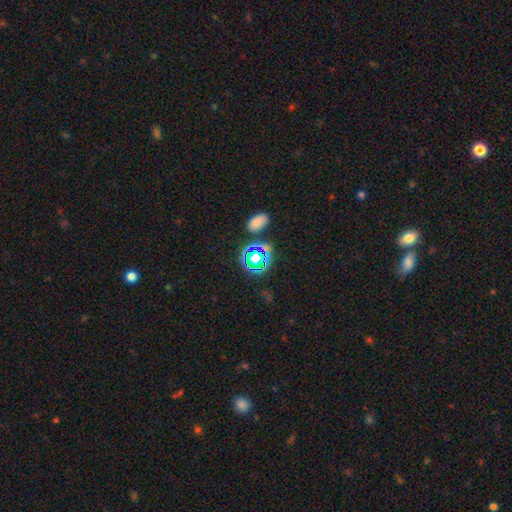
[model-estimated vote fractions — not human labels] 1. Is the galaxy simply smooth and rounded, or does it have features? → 51% star or artifact, 39% smooth, 10% featured or disk.